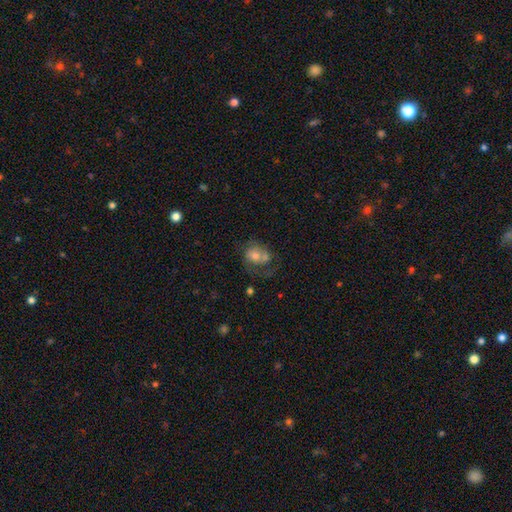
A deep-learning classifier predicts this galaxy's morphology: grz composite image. It shows a featured or disk galaxy (48%). Merging: none (34%).